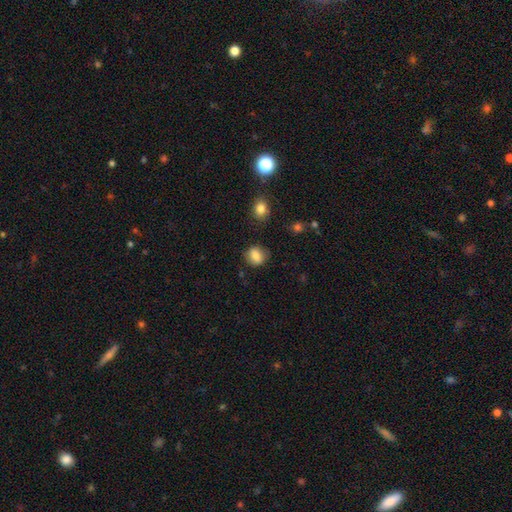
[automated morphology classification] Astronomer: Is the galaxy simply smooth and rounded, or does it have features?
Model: smooth — 81%.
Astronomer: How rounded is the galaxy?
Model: round — 65%.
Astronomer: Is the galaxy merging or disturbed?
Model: none — 80%.